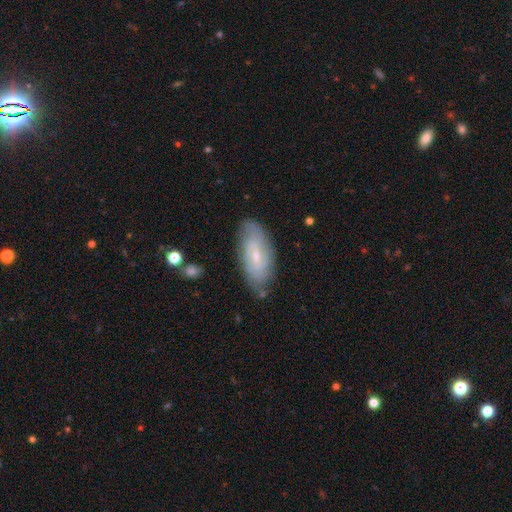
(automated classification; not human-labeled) Smooth or featured? Predicted: featured or disk (p=0.60). Edge-on disk? Predicted: no (p=0.87). Bar? Predicted: weak (p=0.51). Spiral arms? Predicted: yes (p=0.79). Bulge size? Predicted: small (p=0.70). Merging? Predicted: none (p=0.77).